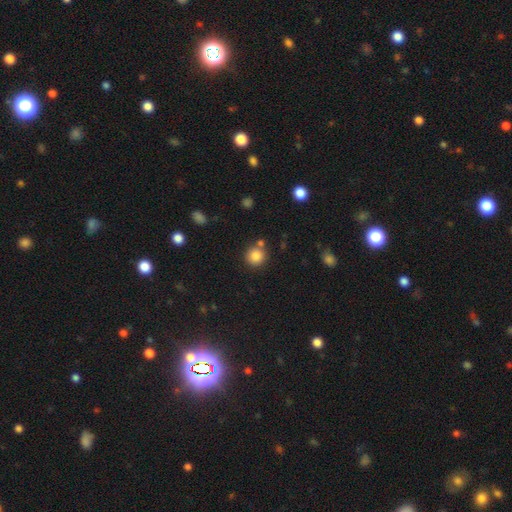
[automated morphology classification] Smooth or featured? smooth (84%)
How rounded? round (92%)
Merging? none (76%)